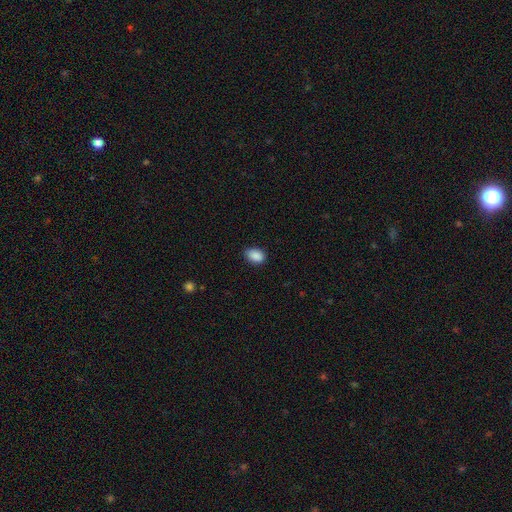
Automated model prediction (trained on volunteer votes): This is clearly a smooth galaxy (89%). How rounded: clearly in between (83%). Merging: clearly none (81%).